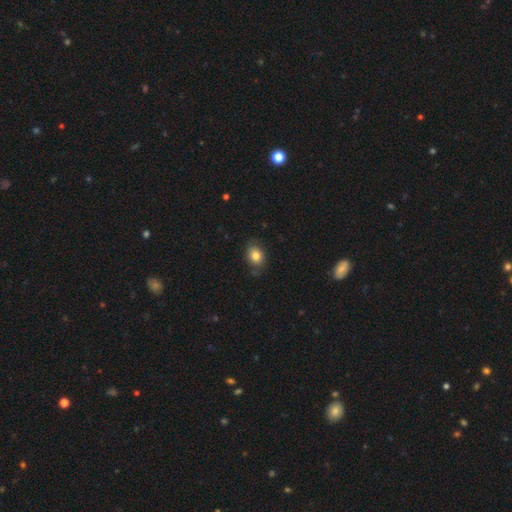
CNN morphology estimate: Smooth or featured? smooth (80%)
How rounded? in between (66%)
Merging? none (76%)